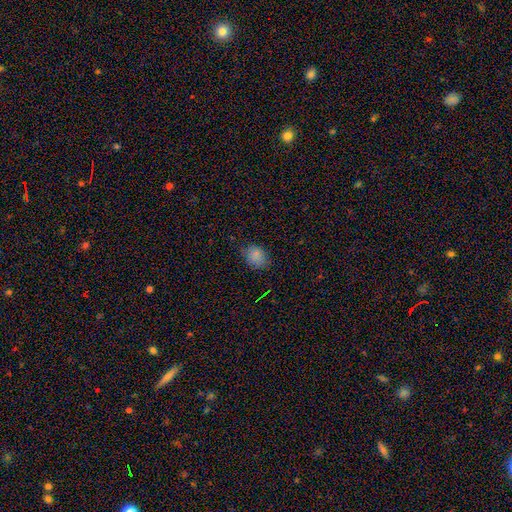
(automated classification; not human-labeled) Smooth or featured? smooth (81%)
How rounded? in between (55%)
Merging? none (76%)